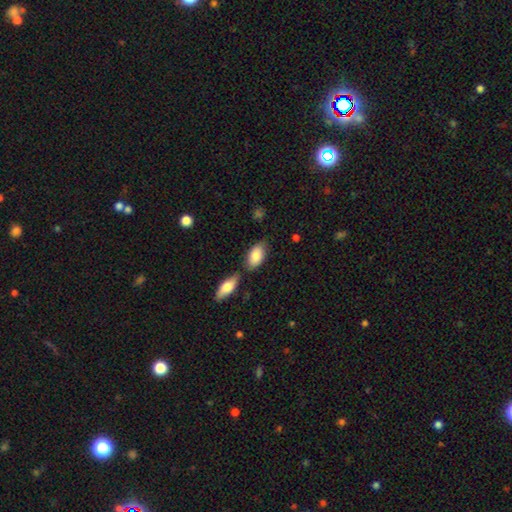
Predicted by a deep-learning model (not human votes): Smooth or featured? Predicted: smooth (p=0.83). How rounded? Predicted: in between (p=0.92). Merging? Predicted: none (p=0.66).